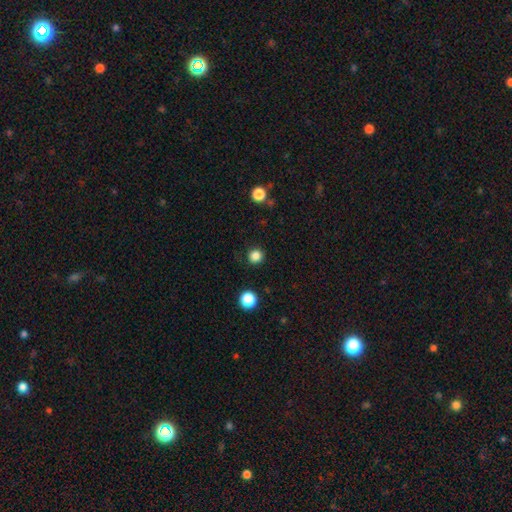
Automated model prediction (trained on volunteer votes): Smooth or featured: smooth — 84% (star or artifact — 13%)
How rounded: round — 94% (in between — 5%)
Merging: none — 91% (minor disturbance — 6%)